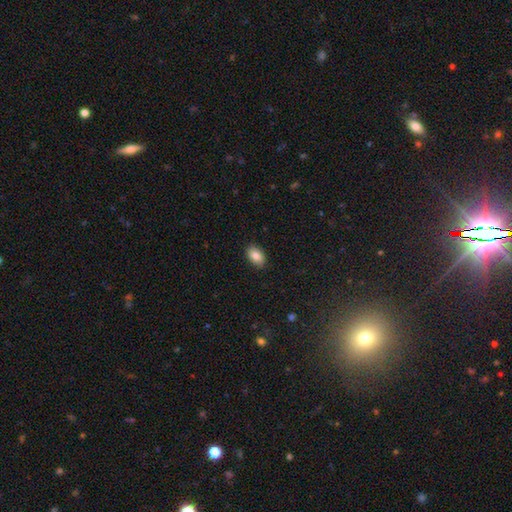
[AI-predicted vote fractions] The model was most divided on "smooth or featured": smooth: 85%, star or artifact: 7%, featured or disk: 7%. More confident: how rounded — in between (90%); merging — none (89%).